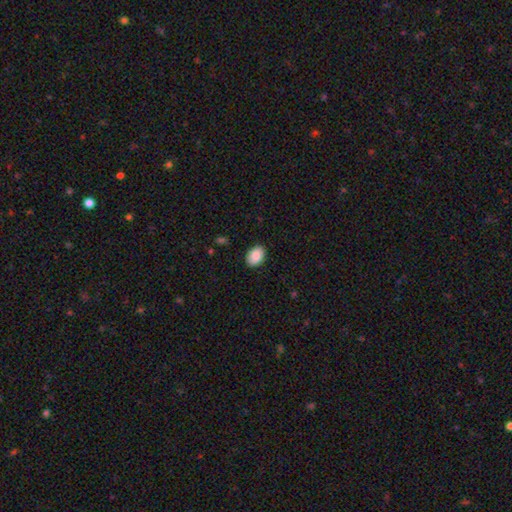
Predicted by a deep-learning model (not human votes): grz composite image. It shows a smooth galaxy with no disk features (88%) that is in between round and cigar-shaped (81%). Merging: none (87%).